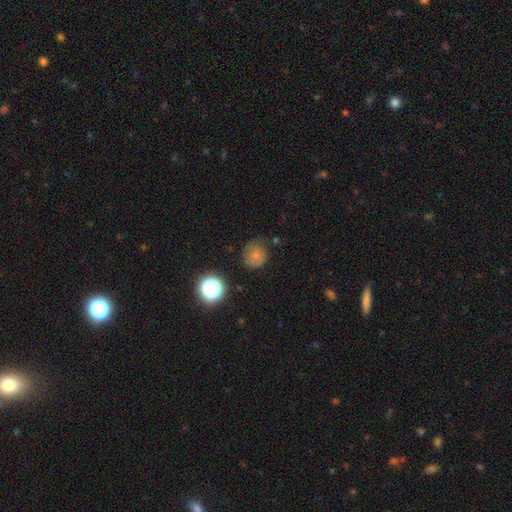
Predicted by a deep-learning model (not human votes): Smooth or featured: smooth — 68% (star or artifact — 16%)
How rounded: round — 87% (in between — 12%)
Merging: none — 66% (minor disturbance — 25%)